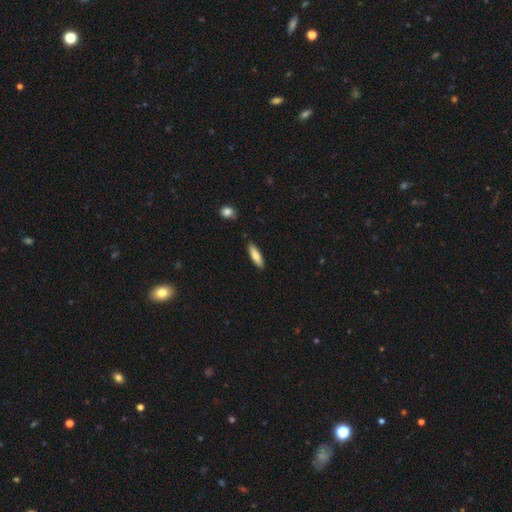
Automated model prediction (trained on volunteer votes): This appears to be a smooth galaxy with no disk features (79%) that is cigar-shaped (56%). Merging: none (86%).